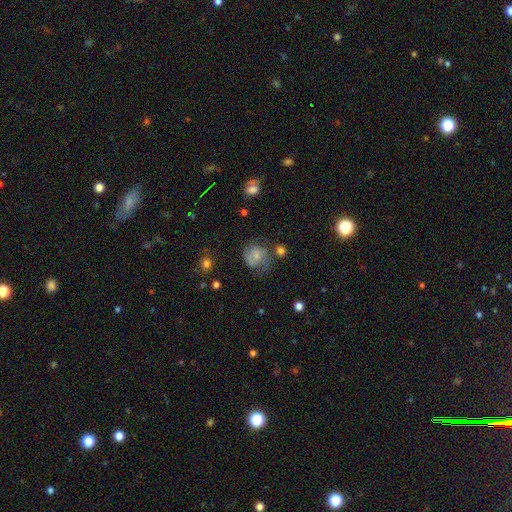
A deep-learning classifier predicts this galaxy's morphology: Smooth or featured? smooth (55%)
How rounded? round (74%)
Merging? none (48%)